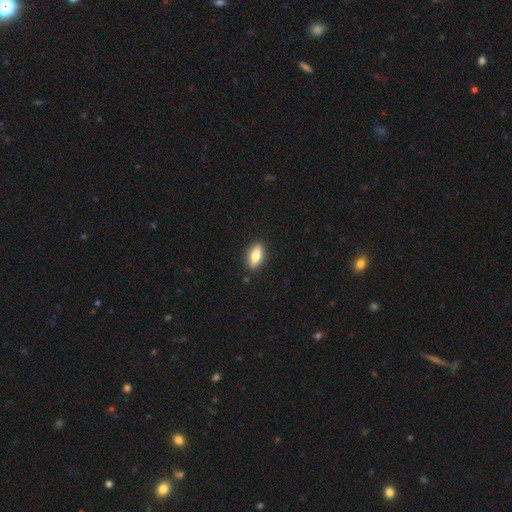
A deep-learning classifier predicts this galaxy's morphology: Overall: smooth (67%). How rounded: in between (77%). Merging: none (89%).